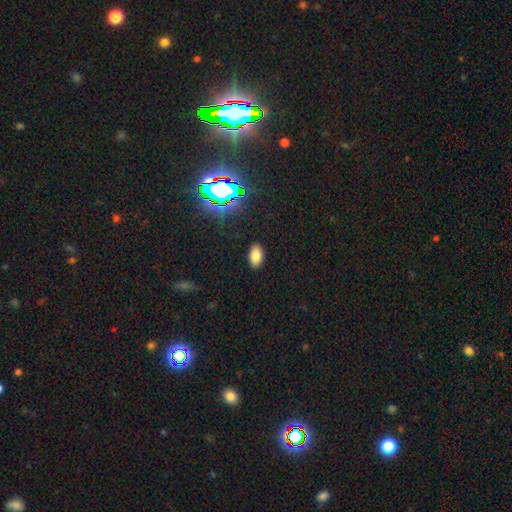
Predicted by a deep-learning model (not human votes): Smooth or featured: smooth — 79% (star or artifact — 15%)
How rounded: in between — 92% (round — 7%)
Merging: none — 88% (minor disturbance — 8%)